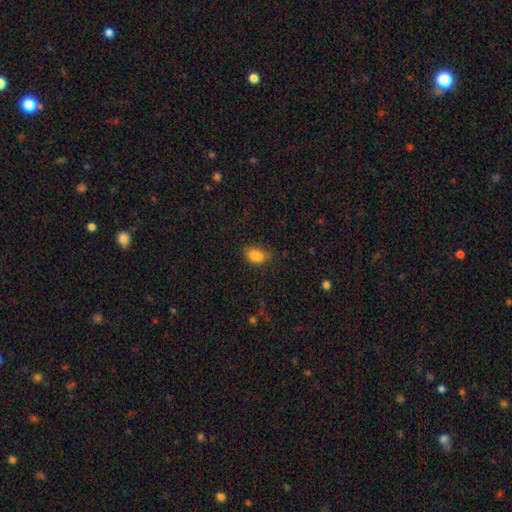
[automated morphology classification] smooth-or-featured: smooth: 85% | star or artifact: 10% | featured or disk: 5%
  how-rounded: in between: 83% | round: 15% | cigar-shaped: 2%
  merging: none: 64% | minor disturbance: 25% | major disturbance: 7% | merger: 4%